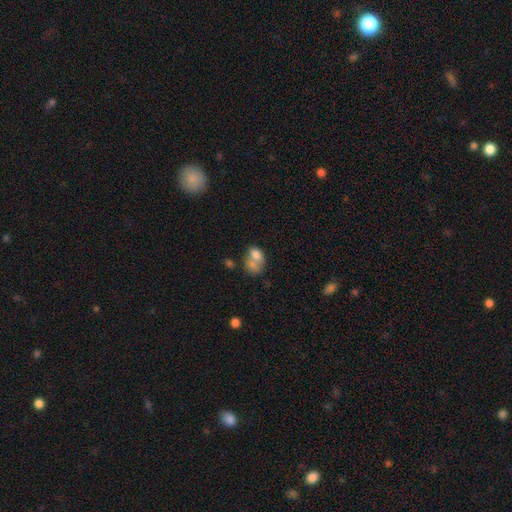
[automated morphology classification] The model was most divided on "merging": merger: 61%, none: 20%, minor disturbance: 10%, major disturbance: 9%. More confident: smooth or featured — smooth (72%); how rounded — in between (72%).